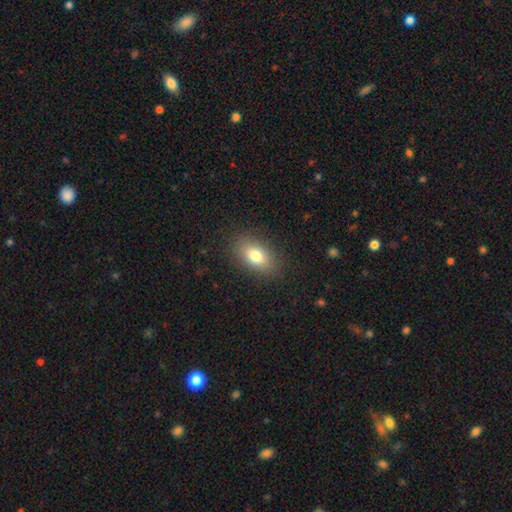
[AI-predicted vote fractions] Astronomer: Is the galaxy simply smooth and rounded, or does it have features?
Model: smooth — 79%.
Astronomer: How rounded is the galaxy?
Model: in between — 88%.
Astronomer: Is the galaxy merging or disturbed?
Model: none — 87%.